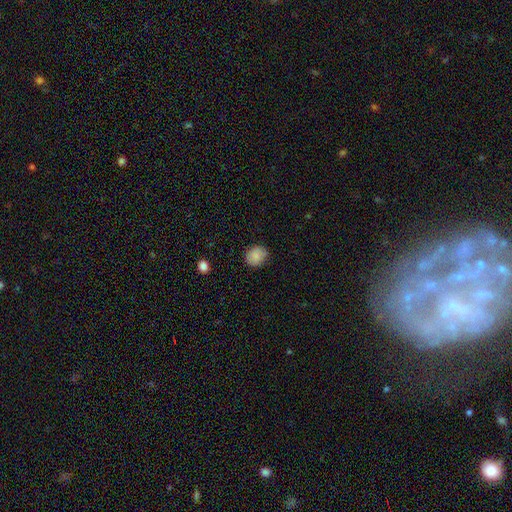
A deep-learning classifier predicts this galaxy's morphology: Overall: smooth (87%). How rounded: round (65%; in between 34%). Merging: none (82%).